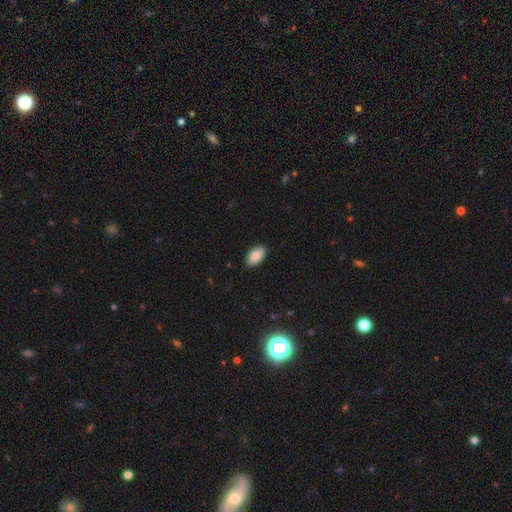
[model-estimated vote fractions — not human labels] The model was most divided on "merging": none: 88%, minor disturbance: 9%, major disturbance: 2%, merger: 1%. More confident: how rounded — in between (95%); smooth or featured — smooth (89%).